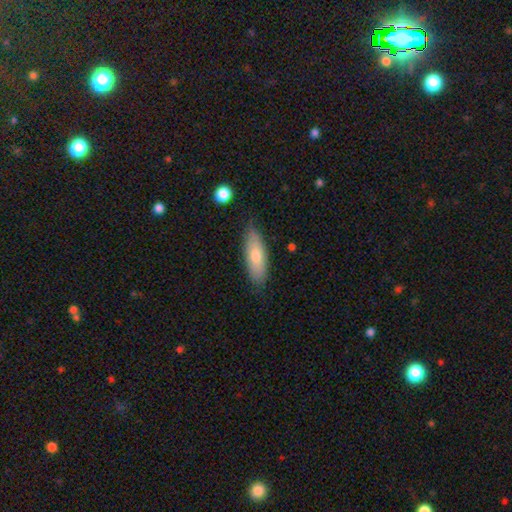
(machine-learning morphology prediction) smooth 70%, featured or disk 24%, star or artifact 6%. Down the decision tree: how rounded — in between (60%); merging — none (81%).